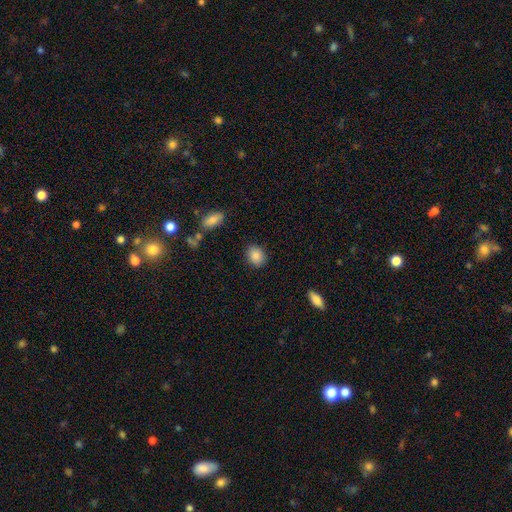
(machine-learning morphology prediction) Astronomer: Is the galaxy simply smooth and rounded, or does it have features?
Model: smooth — 87%.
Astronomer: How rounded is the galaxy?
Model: round — 51% (runner-up: in between, 48%).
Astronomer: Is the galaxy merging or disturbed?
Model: none — 87%.